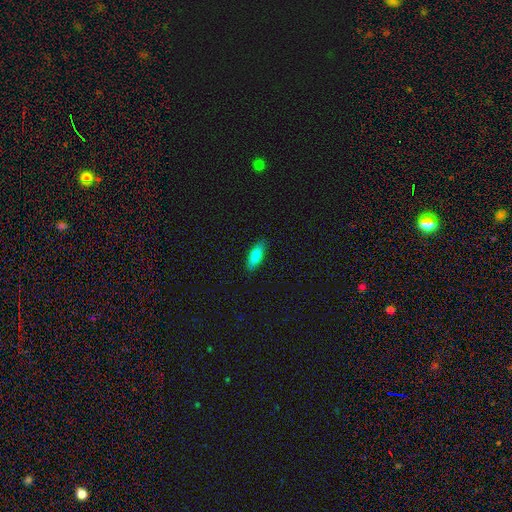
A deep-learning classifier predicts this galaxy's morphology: Smooth or featured? smooth (85%)
How rounded? in between (67%)
Merging? none (86%)